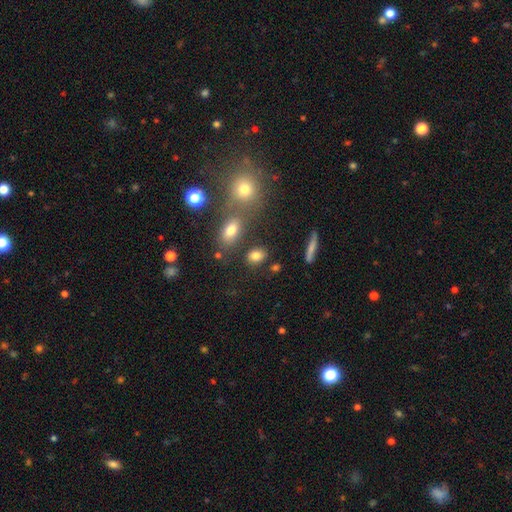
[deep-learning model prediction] smooth-or-featured: smooth: 79% | star or artifact: 12% | featured or disk: 9%
  how-rounded: in between: 71% | round: 26% | cigar-shaped: 2%
  merging: none: 75% | minor disturbance: 11% | merger: 10% | major disturbance: 4%